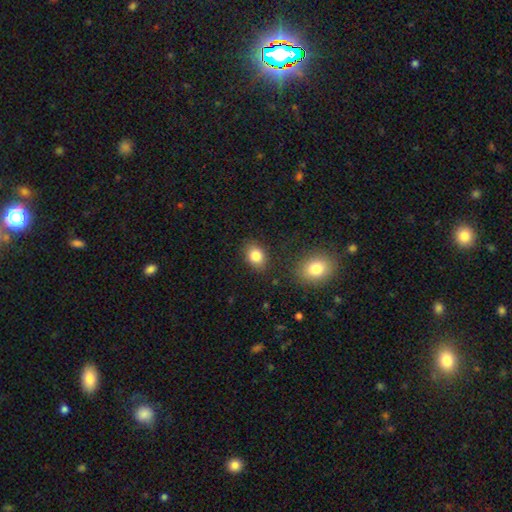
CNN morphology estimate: smooth 84%, star or artifact 10%, featured or disk 6%. Down the decision tree: how rounded — in between (62%); merging — none (82%).